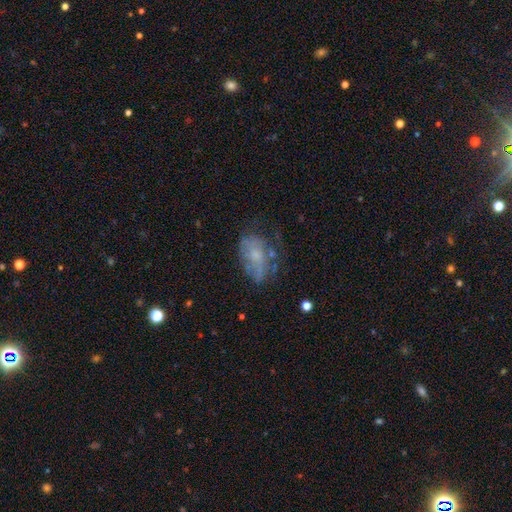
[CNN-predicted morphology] type=featured or disk (47%); merging=none (41%).